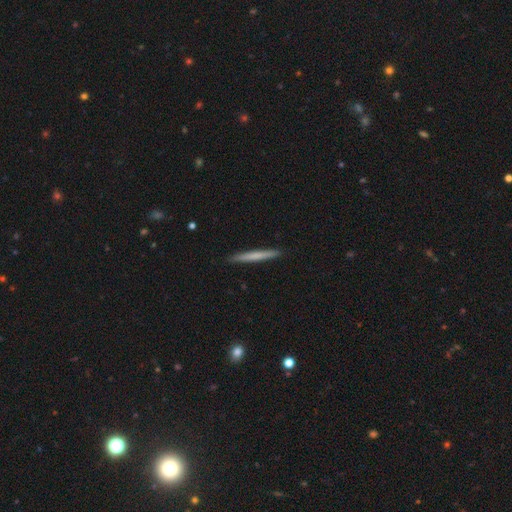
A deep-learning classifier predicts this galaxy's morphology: type=smooth (64%); roundness=cigar-shaped (97%); merging=none (92%).